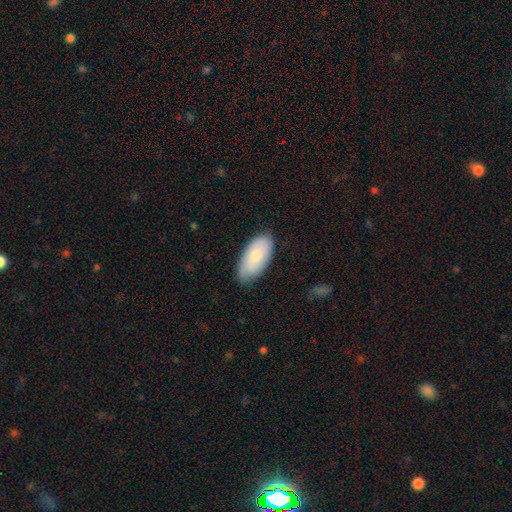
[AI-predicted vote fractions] The model was most divided on "merging": none: 77%, minor disturbance: 20%, major disturbance: 3%, merger: 1%. More confident: how rounded — in between (94%); smooth or featured — smooth (76%).